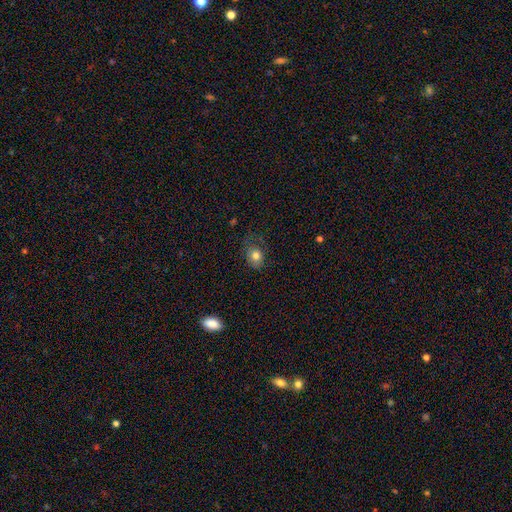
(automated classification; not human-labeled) smooth-or-featured: smooth: 79% | featured or disk: 11% | star or artifact: 10%
  how-rounded: in between: 51% | round: 48% | cigar-shaped: 1%
  merging: none: 59% | minor disturbance: 26% | major disturbance: 13% | merger: 2%